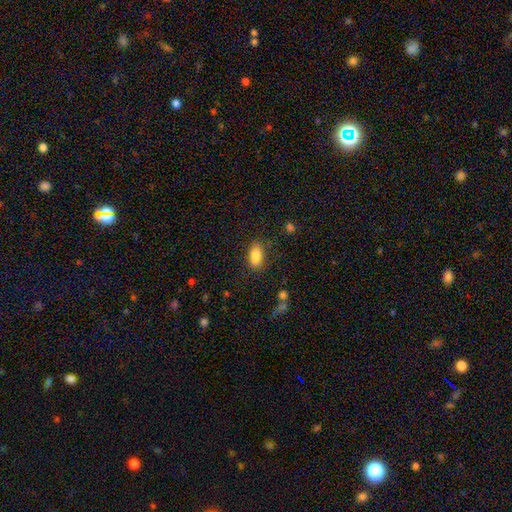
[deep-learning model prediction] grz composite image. It shows a smooth galaxy with no disk features (86%) that is in between round and cigar-shaped (89%). Merging: none (80%).